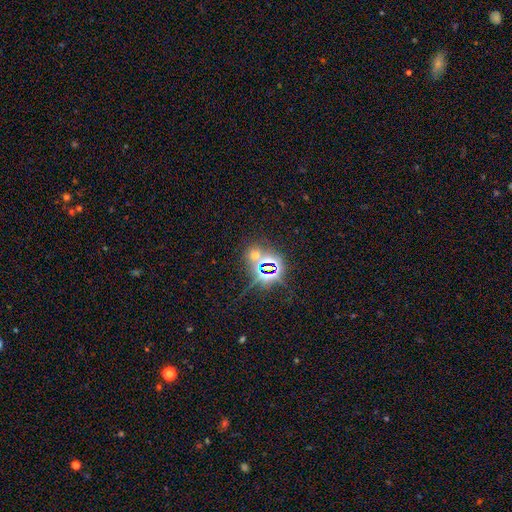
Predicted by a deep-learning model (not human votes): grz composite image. It shows a star or artifact, not a galaxy (63%).